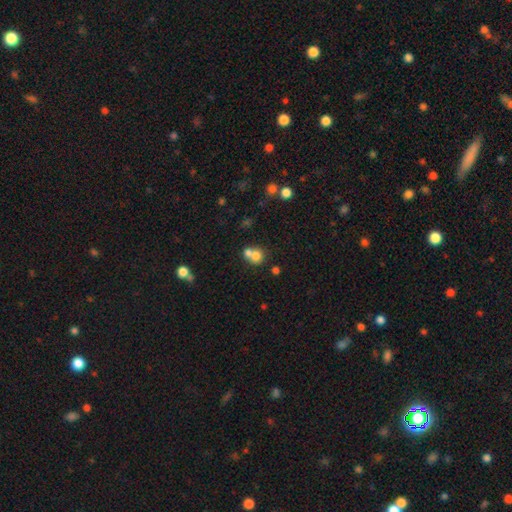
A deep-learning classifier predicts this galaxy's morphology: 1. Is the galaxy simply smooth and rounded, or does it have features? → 72% smooth, 15% featured or disk, 13% star or artifact.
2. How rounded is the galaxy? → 80% round, 19% in between, 1% cigar-shaped.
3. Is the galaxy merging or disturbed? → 55% merger, 35% none, 6% minor disturbance, 3% major disturbance.